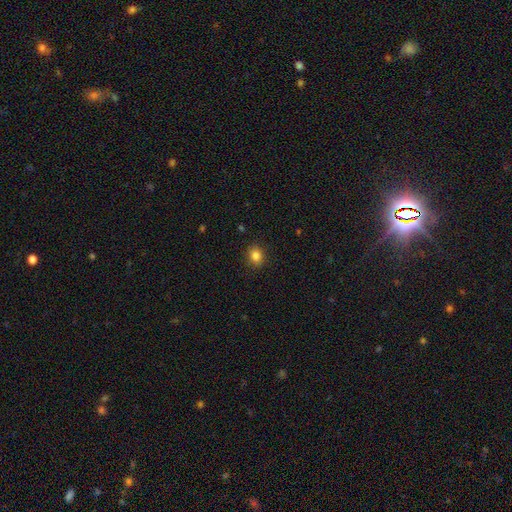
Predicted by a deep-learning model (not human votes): Smooth or featured?
  - smooth: 84% *
  - star or artifact: 11%
  - featured or disk: 5%
How rounded?
  - round: 68% *
  - in between: 31%
  - cigar-shaped: 1%
Merging?
  - none: 89% *
  - minor disturbance: 8%
  - major disturbance: 2%
  - merger: 1%